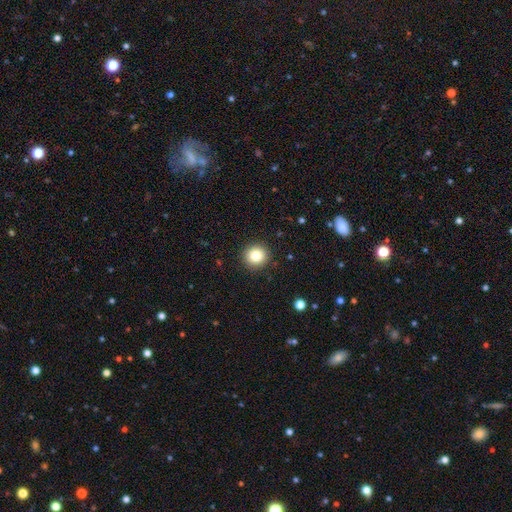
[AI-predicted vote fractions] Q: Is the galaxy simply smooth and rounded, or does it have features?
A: smooth — 82%.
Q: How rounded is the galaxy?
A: round — 94%.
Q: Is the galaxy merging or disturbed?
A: none — 92%.